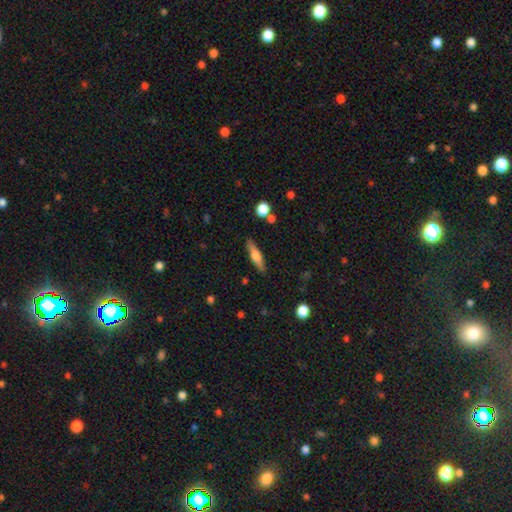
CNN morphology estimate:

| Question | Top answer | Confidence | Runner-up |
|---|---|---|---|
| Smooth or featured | featured or disk | 48% | smooth (45%) |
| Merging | none | 87% | minor disturbance (9%) |